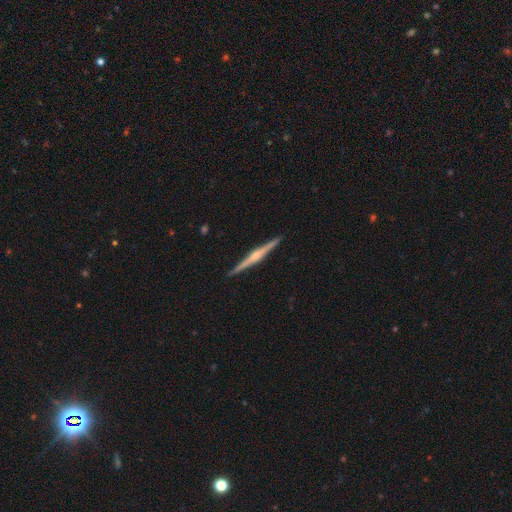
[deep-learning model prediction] Smooth or featured: featured or disk — 83% (smooth — 13%)
Edge-on disk: yes — 99% (no — 1%)
Edge-on bulge: rounded — 82% (boxy — 10%)
Merging: none — 93% (minor disturbance — 5%)